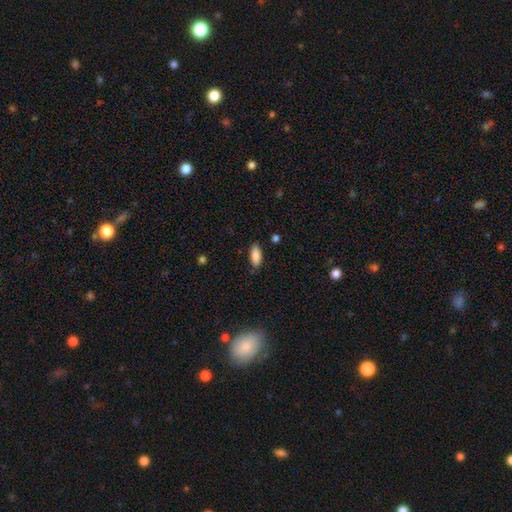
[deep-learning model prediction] Q: Smooth or featured?
A: smooth (87%); runner-up: star or artifact (7%)
Q: How rounded?
A: in between (85%); runner-up: cigar-shaped (13%)
Q: Merging?
A: none (81%); runner-up: minor disturbance (15%)